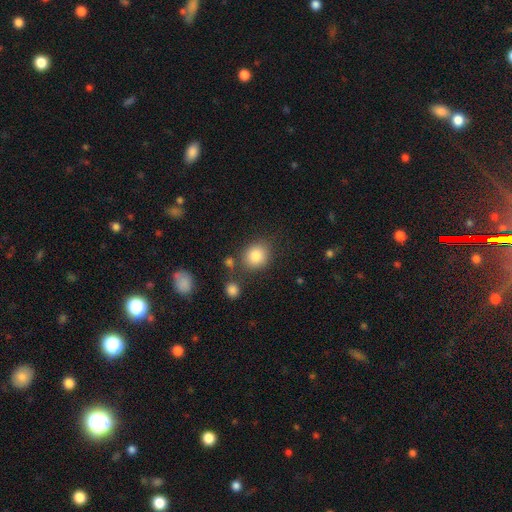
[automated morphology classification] Smooth or featured? smooth (84%)
How rounded? round (73%)
Merging? none (75%)